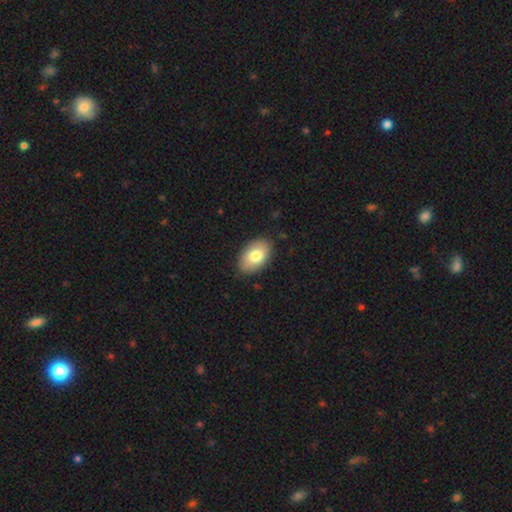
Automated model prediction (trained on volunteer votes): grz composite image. It shows a smooth galaxy with no disk features (79%) that is in between round and cigar-shaped (91%). Merging: none (86%).